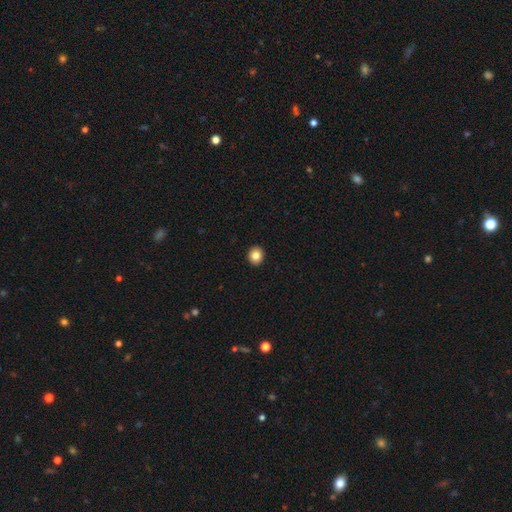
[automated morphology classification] A smooth galaxy with no disk features (83%) that is round (81%). Merging: none (93%).